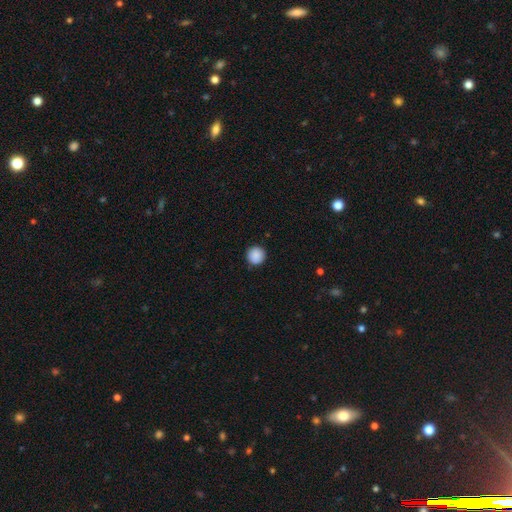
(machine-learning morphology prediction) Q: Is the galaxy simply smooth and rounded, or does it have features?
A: smooth — 89%.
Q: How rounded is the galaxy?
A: round — 95%.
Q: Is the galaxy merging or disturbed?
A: none — 92%.